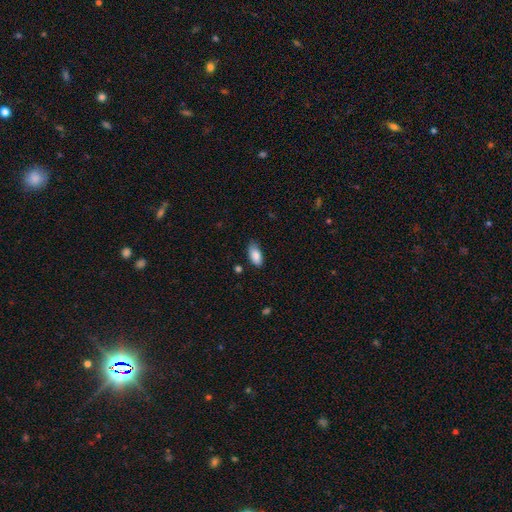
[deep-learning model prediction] Smooth or featured? Predicted: smooth (p=0.86). How rounded? Predicted: in between (p=0.91). Merging? Predicted: none (p=0.73).